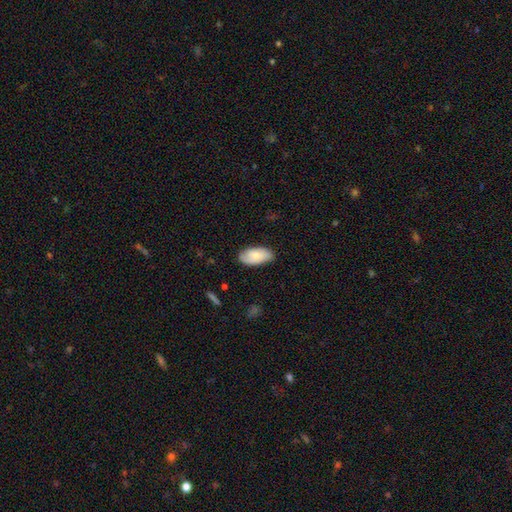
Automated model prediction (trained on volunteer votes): A smooth galaxy with no disk features (71%) that is in between round and cigar-shaped (94%).

Vote fractions:
- Smooth or featured? smooth: 71% / featured or disk: 23% / star or artifact: 6%
- How rounded? in between: 94% / cigar-shaped: 4% / round: 2%
- Merging? none: 76% / minor disturbance: 20% / major disturbance: 3% / merger: 1%